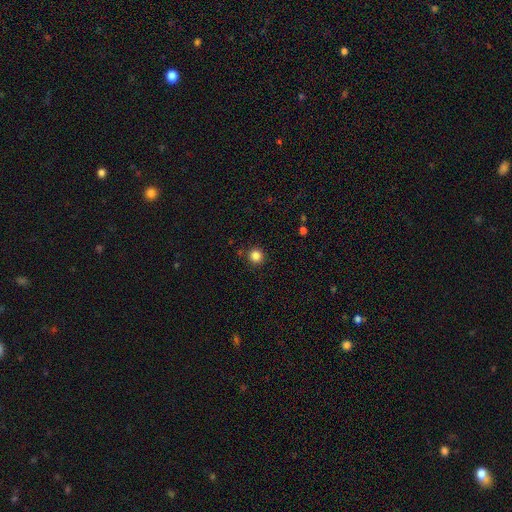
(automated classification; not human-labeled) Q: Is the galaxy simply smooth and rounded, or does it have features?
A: smooth — 85%.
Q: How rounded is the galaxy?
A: round — 94%.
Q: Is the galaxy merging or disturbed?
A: none — 89%.